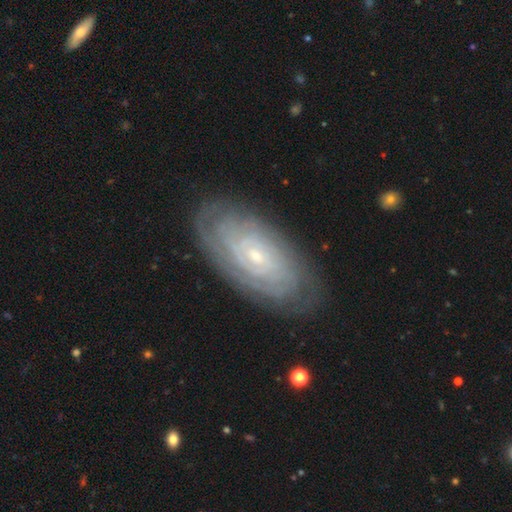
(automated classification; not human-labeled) Overall: featured or disk (81%). Edge-on disk: no (94%). Bar: no (68%). Spiral arms: yes (94%). Spiral arm count: can't tell (49%; 2 13%). Spiral winding: tight (85%). Bulge size: small (76%). Merging: none (81%).